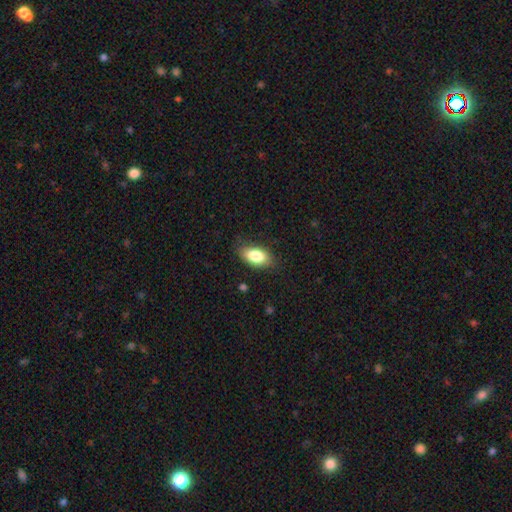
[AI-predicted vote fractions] A smooth galaxy with no disk features (83%) that is in between round and cigar-shaped (90%).

Vote fractions:
- Smooth or featured? smooth: 83% / featured or disk: 10% / star or artifact: 7%
- How rounded? in between: 90% / cigar-shaped: 5% / round: 4%
- Merging? none: 80% / minor disturbance: 16% / major disturbance: 3% / merger: 1%